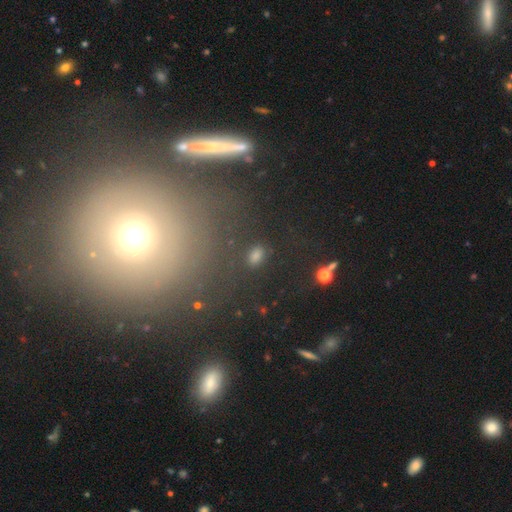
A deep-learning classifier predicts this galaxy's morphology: A smooth galaxy with no disk features (75%) that is in between round and cigar-shaped (82%).

Vote fractions:
- Smooth or featured? smooth: 75% / star or artifact: 19% / featured or disk: 6%
- How rounded? in between: 82% / round: 15% / cigar-shaped: 3%
- Merging? none: 84% / minor disturbance: 9% / major disturbance: 4% / merger: 3%